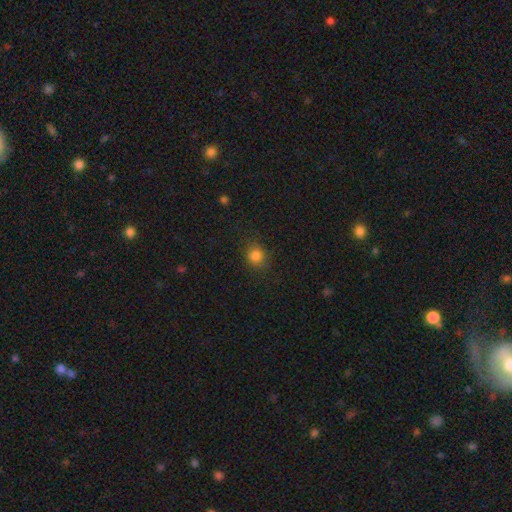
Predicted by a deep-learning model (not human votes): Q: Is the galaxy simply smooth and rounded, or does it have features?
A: smooth — 83%.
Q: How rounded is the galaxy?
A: round — 80%.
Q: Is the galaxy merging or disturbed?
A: none — 83%.